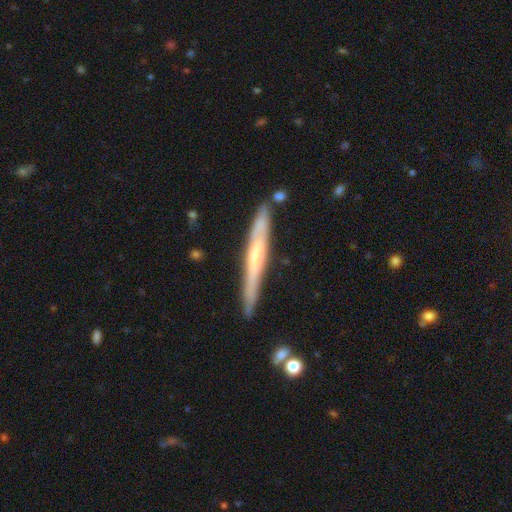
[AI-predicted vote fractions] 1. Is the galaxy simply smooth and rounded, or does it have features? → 59% featured or disk, 35% smooth, 6% star or artifact.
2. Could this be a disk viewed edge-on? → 92% yes, 8% no.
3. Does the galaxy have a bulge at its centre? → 60% none, 25% rounded, 15% boxy.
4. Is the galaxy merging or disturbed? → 81% none, 13% minor disturbance, 3% merger, 3% major disturbance.